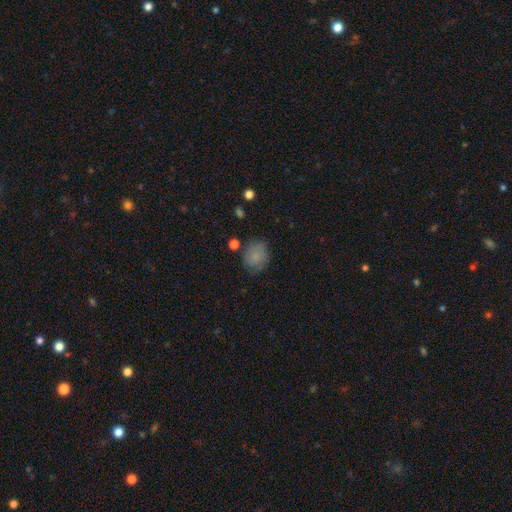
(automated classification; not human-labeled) This appears to be a smooth galaxy with no disk features (82%) that is round (60%). Merging: none (71%).